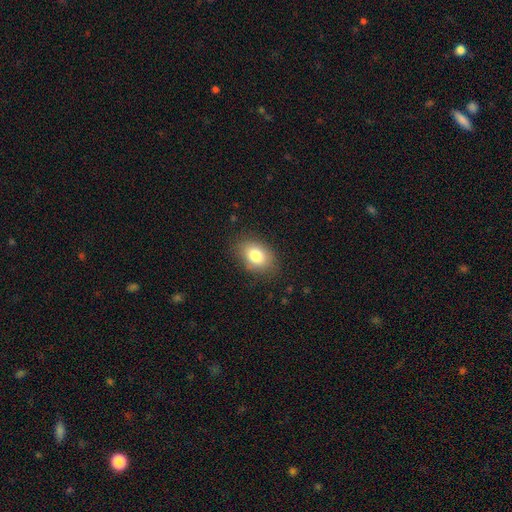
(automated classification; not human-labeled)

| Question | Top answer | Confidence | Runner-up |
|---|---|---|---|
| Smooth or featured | smooth | 81% | featured or disk (10%) |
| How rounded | in between | 81% | round (17%) |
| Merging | none | 82% | minor disturbance (13%) |